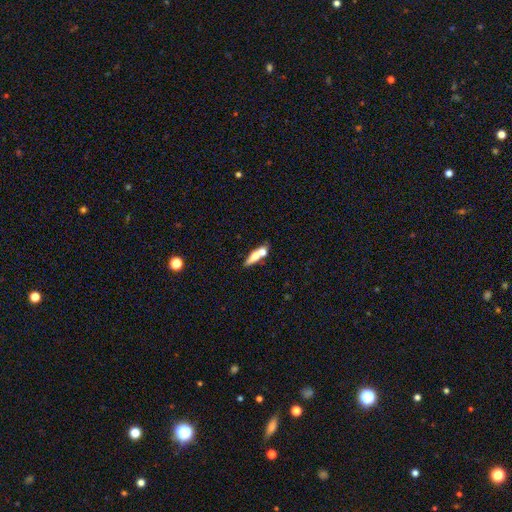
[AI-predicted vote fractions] smooth 59%, featured or disk 33%, star or artifact 8%. Down the decision tree: how rounded — cigar-shaped (49%); merging — none (42%).